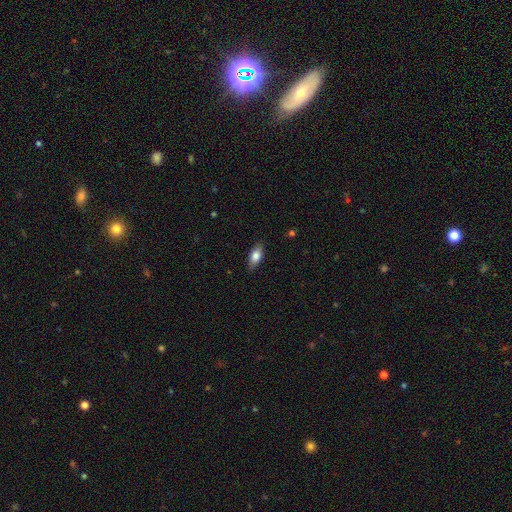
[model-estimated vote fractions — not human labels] Q: Smooth or featured?
A: smooth (76%); runner-up: featured or disk (18%)
Q: How rounded?
A: in between (81%); runner-up: cigar-shaped (15%)
Q: Merging?
A: none (86%); runner-up: minor disturbance (11%)